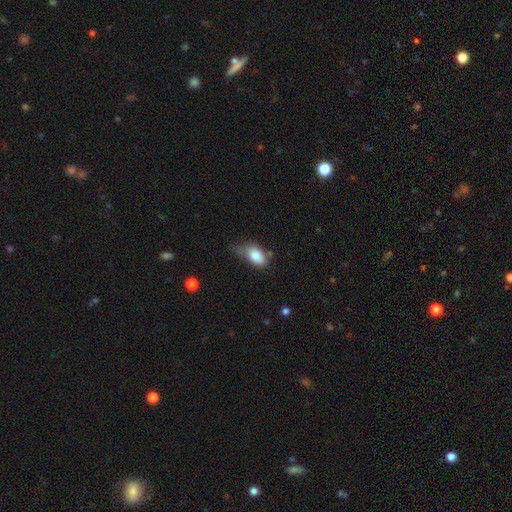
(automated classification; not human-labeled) smooth 83%, featured or disk 9%, star or artifact 8%. Down the decision tree: how rounded — in between (89%); merging — minor disturbance (41%).